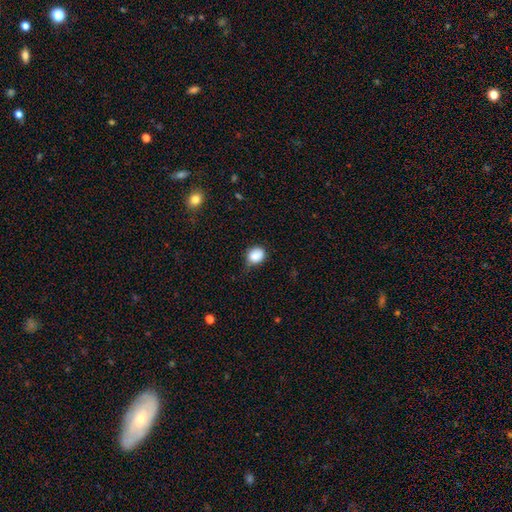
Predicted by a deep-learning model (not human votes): Smooth or featured? smooth (86%)
How rounded? round (63%)
Merging? none (55%)